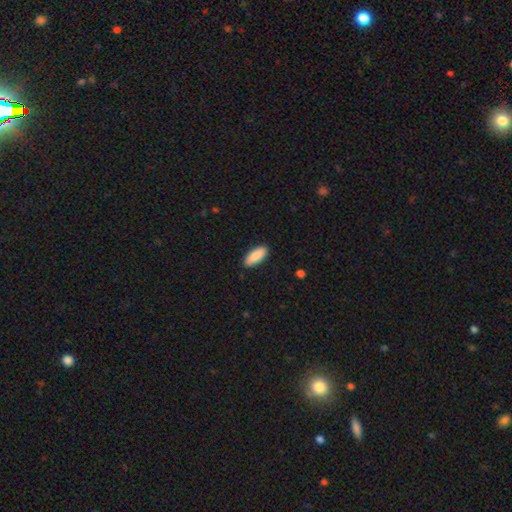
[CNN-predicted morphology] The model was most divided on "how rounded": in between: 76%, cigar-shaped: 22%, round: 2%. More confident: merging — none (90%); smooth or featured — smooth (89%).